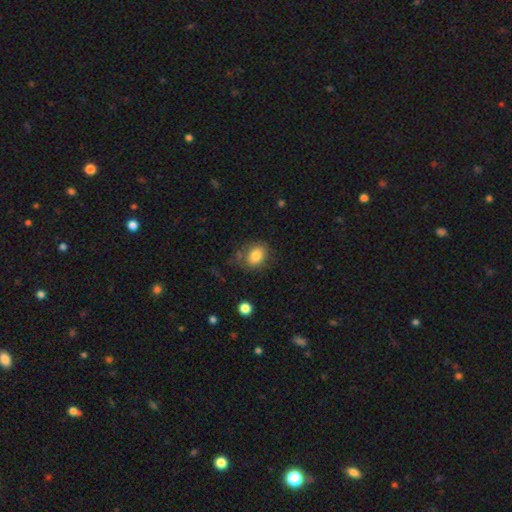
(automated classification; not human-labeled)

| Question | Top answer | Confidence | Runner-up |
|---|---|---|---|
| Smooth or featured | smooth | 81% | featured or disk (10%) |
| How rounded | in between | 60% | round (39%) |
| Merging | none | 68% | minor disturbance (19%) |